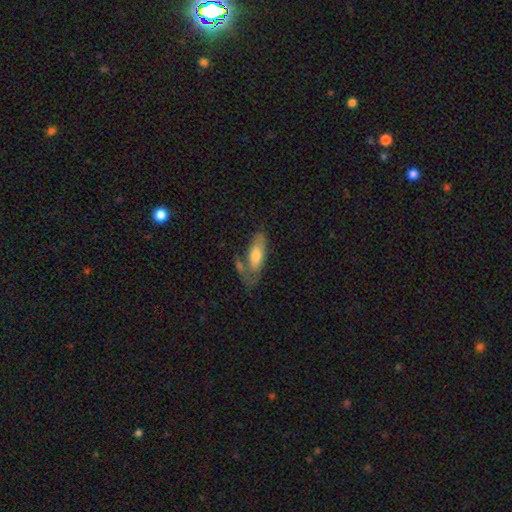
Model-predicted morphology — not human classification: This appears to be a smooth galaxy with no disk features (62%) that is in between round and cigar-shaped (72%). Merging: none (42%).